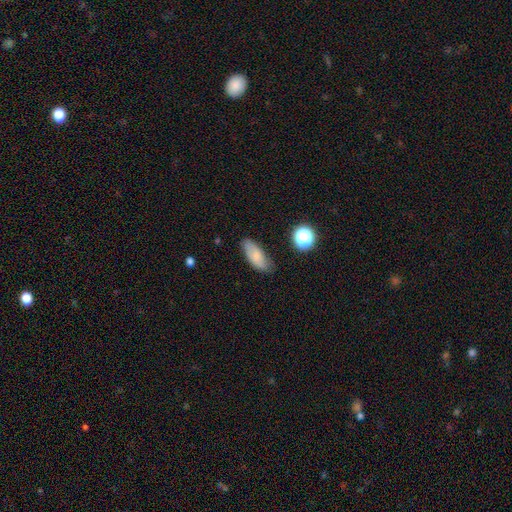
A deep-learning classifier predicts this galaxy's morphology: Smooth or featured? Predicted: smooth (p=0.78). How rounded? Predicted: in between (p=0.80). Merging? Predicted: none (p=0.74).